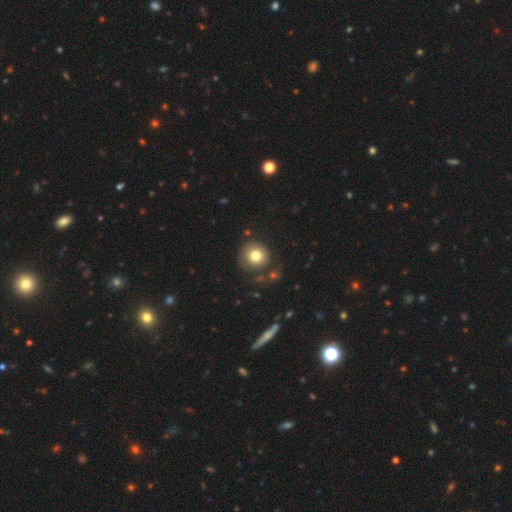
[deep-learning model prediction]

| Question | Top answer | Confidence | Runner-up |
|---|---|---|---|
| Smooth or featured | smooth | 78% | featured or disk (12%) |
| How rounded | round | 93% | in between (6%) |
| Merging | none | 77% | minor disturbance (12%) |